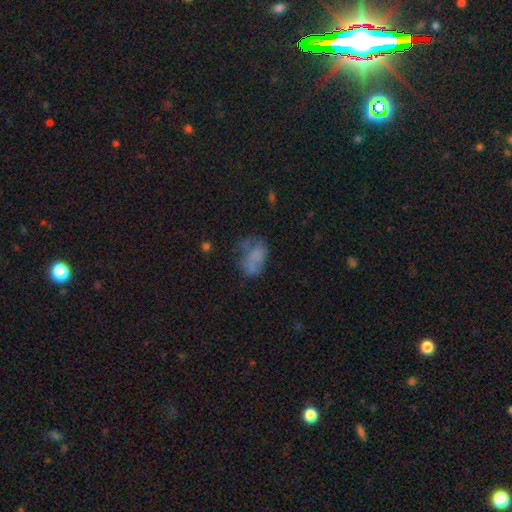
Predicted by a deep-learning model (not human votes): Smooth or featured? Predicted: smooth (p=0.56). How rounded? Predicted: in between (p=0.79). Merging? Predicted: none (p=0.34).